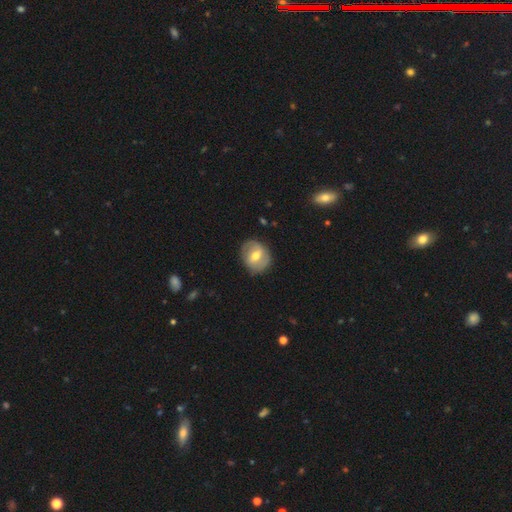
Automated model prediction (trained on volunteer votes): A featured or disk galaxy (52%).

Vote fractions:
- Smooth or featured? featured or disk: 52% / smooth: 42% / star or artifact: 7%
- Edge-on disk? no: 95% / yes: 5%
- Merging? none: 81% / minor disturbance: 13% / major disturbance: 4% / merger: 1%